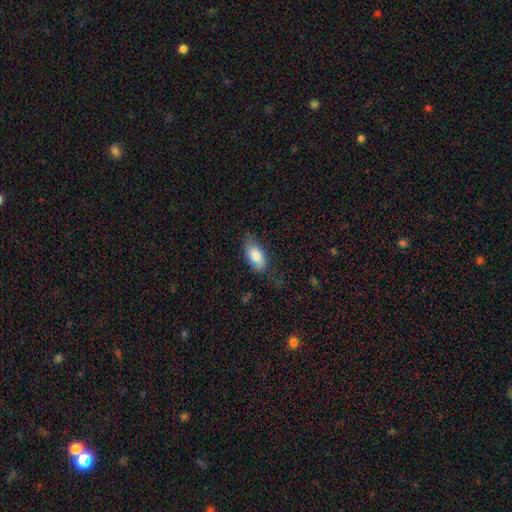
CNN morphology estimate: Q: Smooth or featured?
A: smooth (77%); runner-up: featured or disk (16%)
Q: How rounded?
A: in between (92%); runner-up: cigar-shaped (5%)
Q: Merging?
A: none (66%); runner-up: minor disturbance (26%)